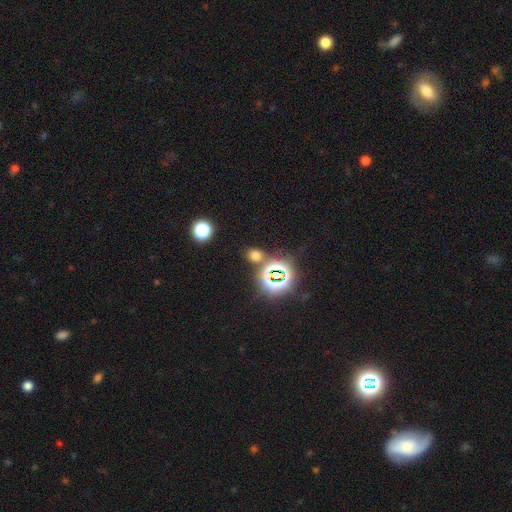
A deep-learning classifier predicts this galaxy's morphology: Overall: smooth (58%; star or artifact 36%). How rounded: round (62%; in between 36%). Merging: none (75%).